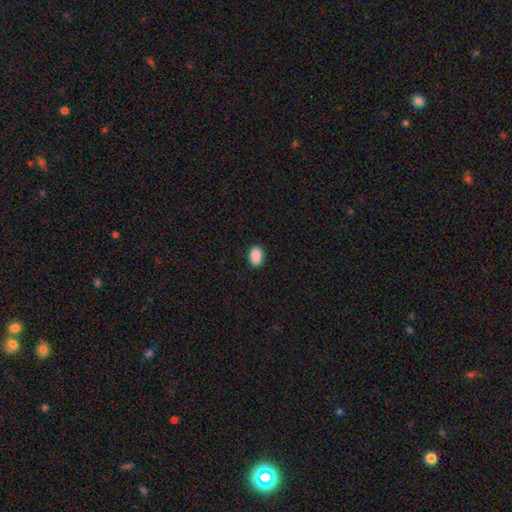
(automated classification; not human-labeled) A smooth galaxy with no disk features (90%) that is in between round and cigar-shaped (80%).

Vote fractions:
- Smooth or featured? smooth: 90% / star or artifact: 7% / featured or disk: 3%
- How rounded? in between: 80% / round: 19% / cigar-shaped: 1%
- Merging? none: 89% / minor disturbance: 8% / major disturbance: 2% / merger: 1%